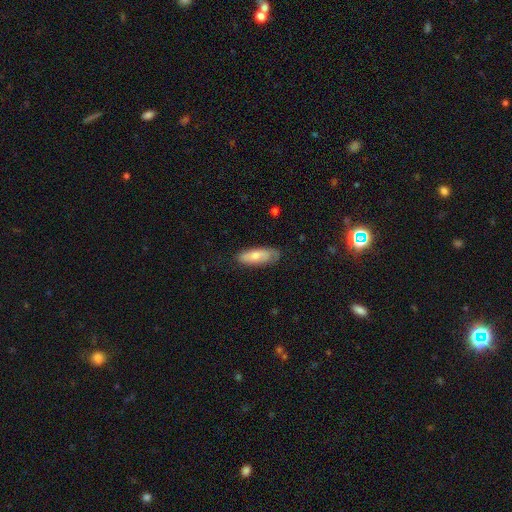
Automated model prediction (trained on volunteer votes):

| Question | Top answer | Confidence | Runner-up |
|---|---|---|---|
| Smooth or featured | smooth | 66% | featured or disk (28%) |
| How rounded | in between | 68% | cigar-shaped (30%) |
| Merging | none | 73% | minor disturbance (21%) |